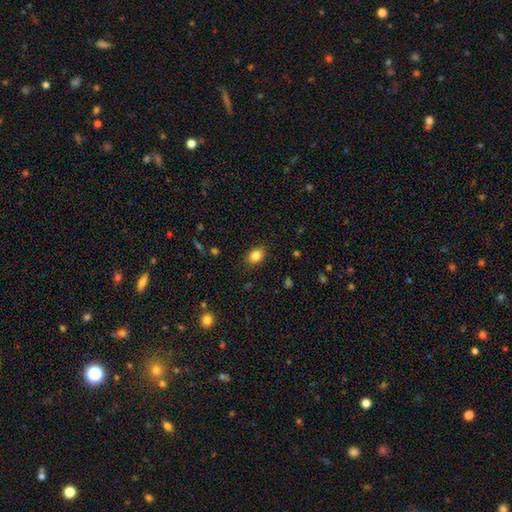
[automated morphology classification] This appears to be a smooth galaxy with no disk features (85%) that is in between round and cigar-shaped (69%). Merging: none (85%).